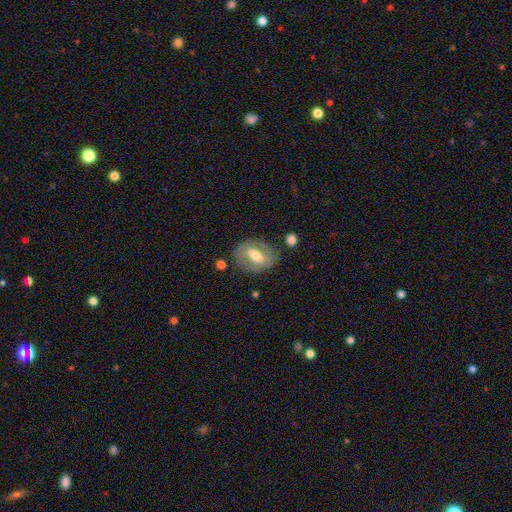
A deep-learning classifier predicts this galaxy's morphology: Q: Smooth or featured?
A: featured or disk (56%); runner-up: smooth (37%)
Q: Edge-on disk?
A: no (92%); runner-up: yes (8%)
Q: Bar?
A: weak (39%); runner-up: strong (32%)
Q: Spiral arms?
A: no (56%); runner-up: yes (44%)
Q: Bulge size?
A: moderate (65%); runner-up: small (19%)
Q: Merging?
A: none (71%); runner-up: minor disturbance (18%)